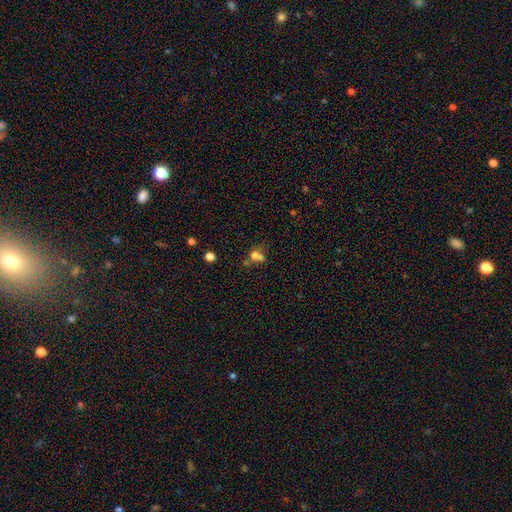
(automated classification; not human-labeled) This is likely a smooth galaxy (64%). How rounded: possibly round (48%). Merging: marginally merger (40%).